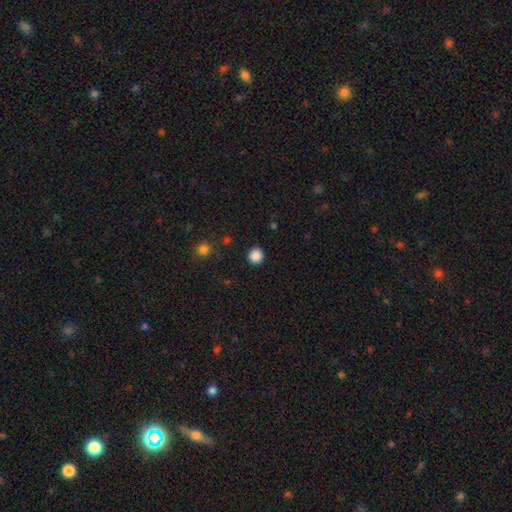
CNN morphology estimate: smooth_or_featured: smooth (p=0.87) [alt: star or artifact p=0.10]
how_rounded: round (p=0.92) [alt: in between p=0.07]
merging: none (p=0.91) [alt: minor disturbance p=0.06]